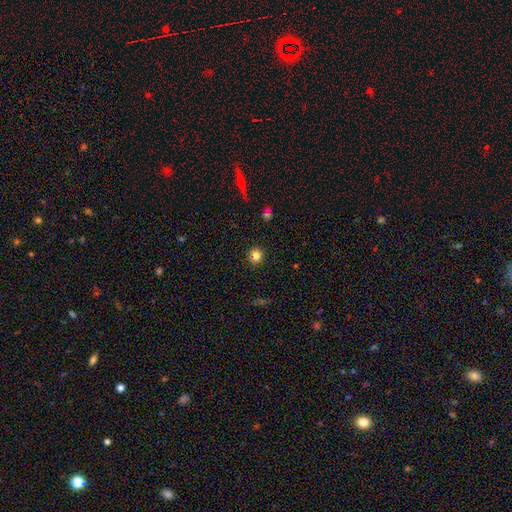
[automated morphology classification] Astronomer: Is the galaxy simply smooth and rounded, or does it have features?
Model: smooth — 81%.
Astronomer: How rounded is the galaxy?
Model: round — 90%.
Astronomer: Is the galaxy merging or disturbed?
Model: none — 91%.